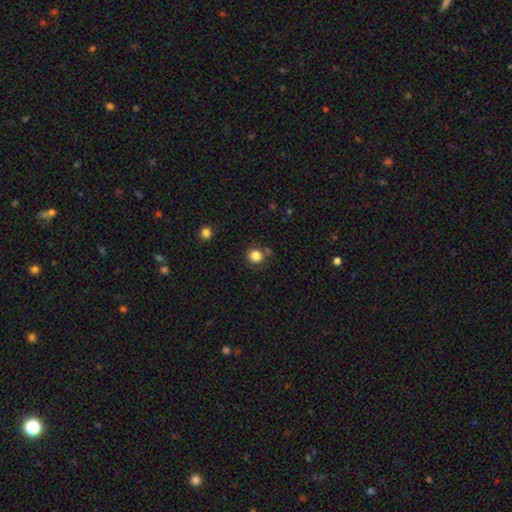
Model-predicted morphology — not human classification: Smooth or featured? Predicted: smooth (p=0.84). How rounded? Predicted: round (p=0.87). Merging? Predicted: none (p=0.80).